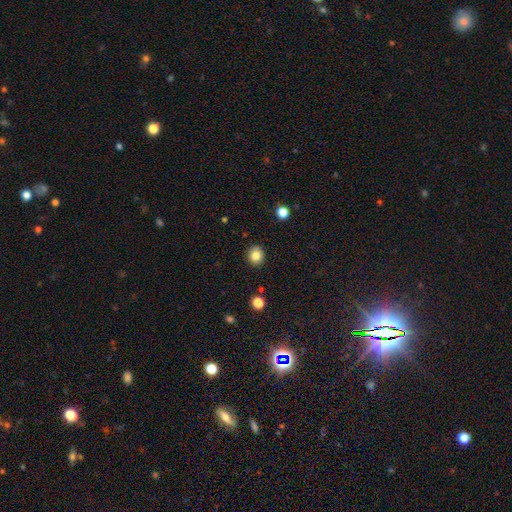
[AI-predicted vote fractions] Smooth or featured? smooth (82%)
How rounded? round (77%)
Merging? none (90%)